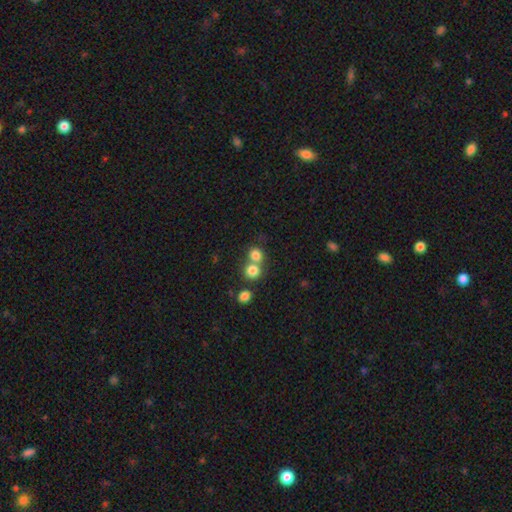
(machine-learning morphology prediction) Smooth or featured? smooth (79%)
How rounded? round (82%)
Merging? merger (46%)